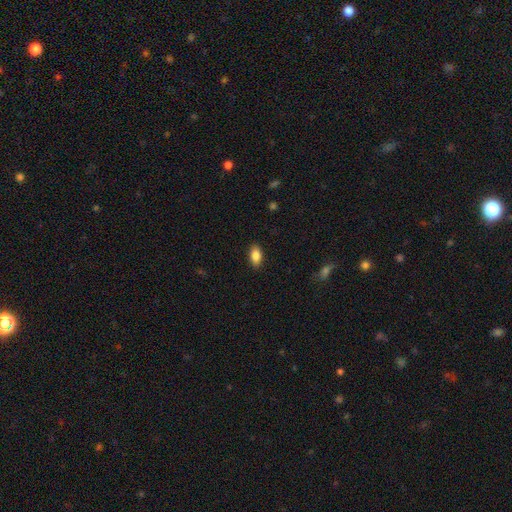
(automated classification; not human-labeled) Smooth or featured? Predicted: smooth (p=0.85). How rounded? Predicted: in between (p=0.91). Merging? Predicted: none (p=0.89).